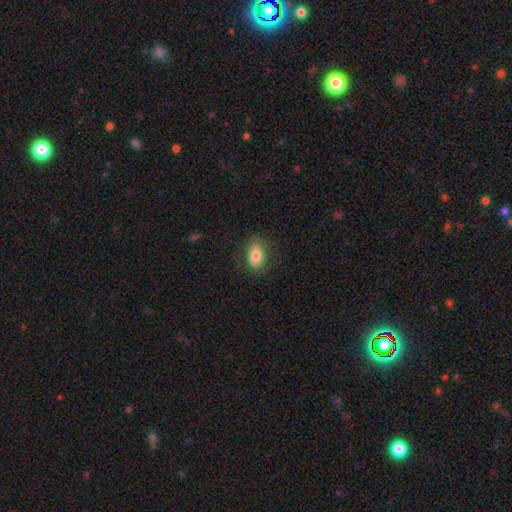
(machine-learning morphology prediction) This appears to be a smooth galaxy with no disk features (75%) that is in between round and cigar-shaped (84%). Merging: none (77%).